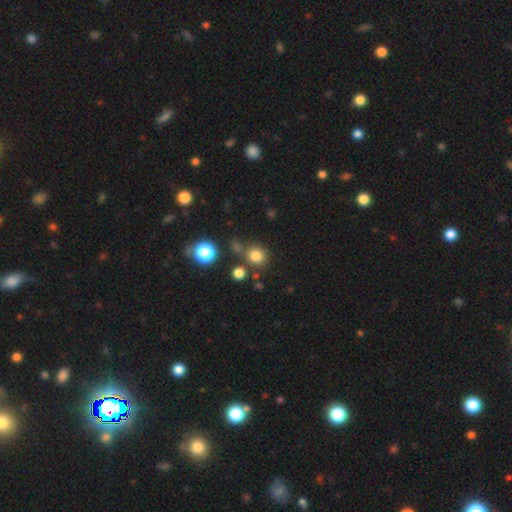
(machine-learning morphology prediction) smooth-or-featured: smooth: 77% | star or artifact: 17% | featured or disk: 6%
  how-rounded: round: 87% | in between: 12% | cigar-shaped: 1%
  merging: none: 69% | merger: 14% | minor disturbance: 11% | major disturbance: 5%